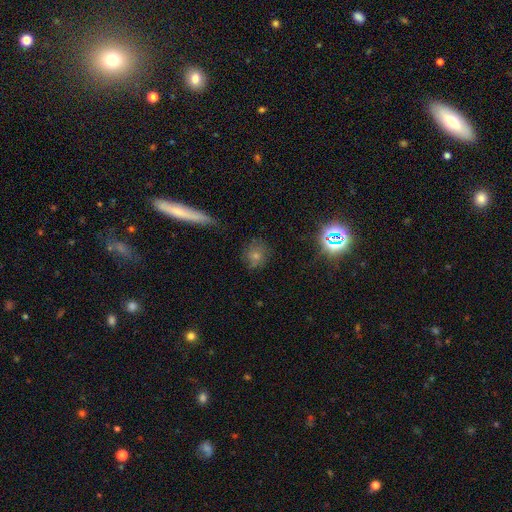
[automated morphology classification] type=smooth (51%); roundness=round (76%); merging=none (80%).